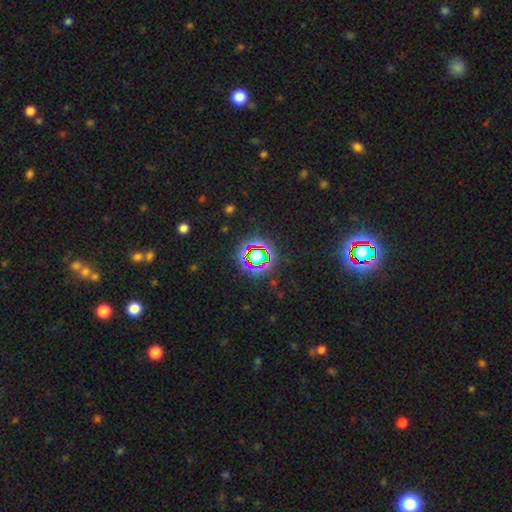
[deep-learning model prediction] The model was most divided on "smooth or featured": star or artifact: 66%, smooth: 22%, featured or disk: 12%.